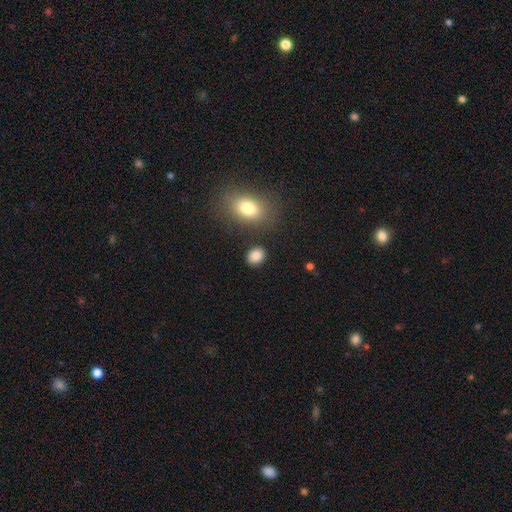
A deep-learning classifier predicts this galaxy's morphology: Q: Smooth or featured?
A: smooth (87%); runner-up: star or artifact (9%)
Q: How rounded?
A: round (50%); runner-up: in between (49%)
Q: Merging?
A: none (84%); runner-up: minor disturbance (9%)